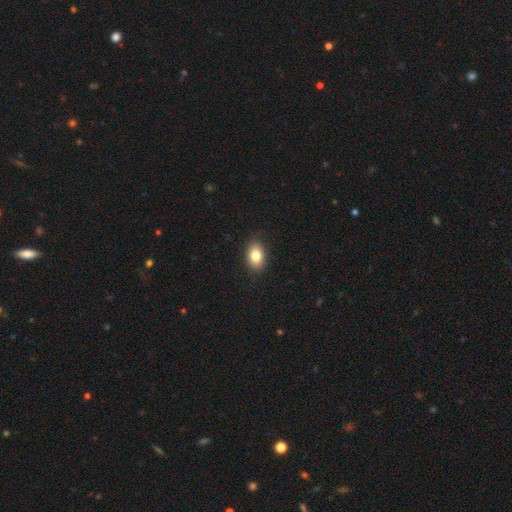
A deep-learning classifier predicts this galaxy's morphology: type=smooth (83%); roundness=in between (83%); merging=none (87%).